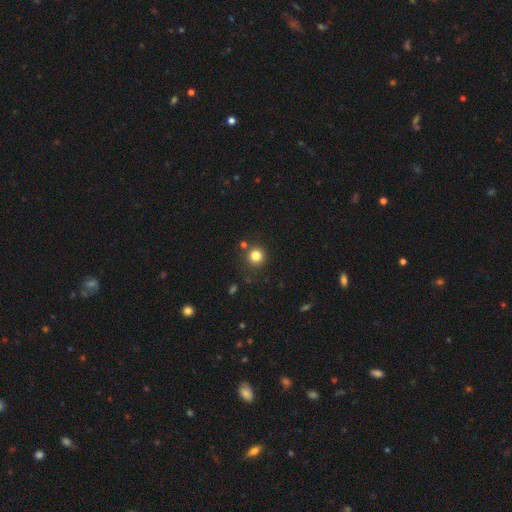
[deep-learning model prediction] Overall: smooth (82%). How rounded: round (94%). Merging: none (84%).